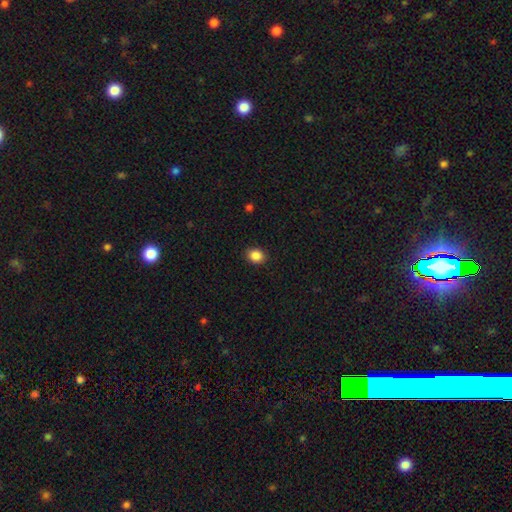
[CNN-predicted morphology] smooth_or_featured: smooth (p=0.87) [alt: star or artifact p=0.10]
how_rounded: round (p=0.60) [alt: in between p=0.39]
merging: none (p=0.90) [alt: minor disturbance p=0.07]